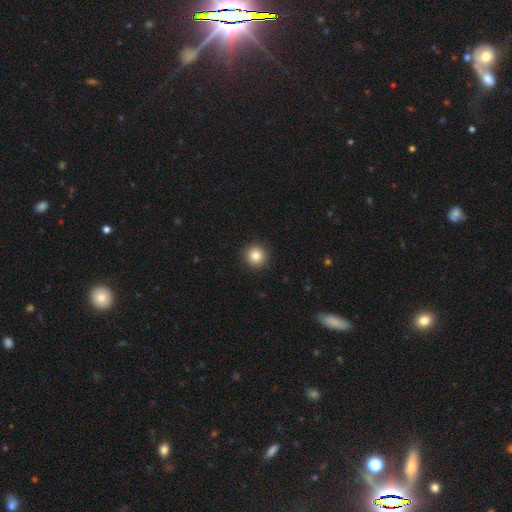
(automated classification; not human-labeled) Overall: smooth (84%). How rounded: round (95%). Merging: none (92%).